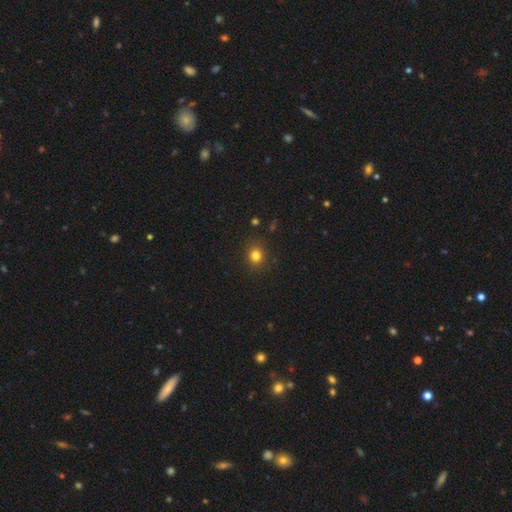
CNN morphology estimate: A smooth galaxy with no disk features (81%) that is round (75%). Merging: none (86%).